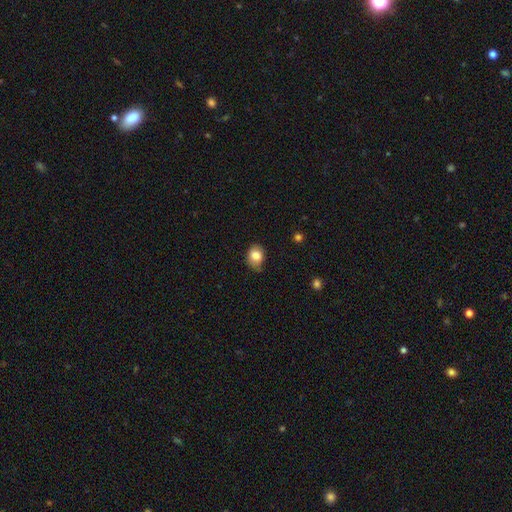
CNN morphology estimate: A smooth galaxy with no disk features (83%) that is in between round and cigar-shaped (54%). Merging: none (63%).